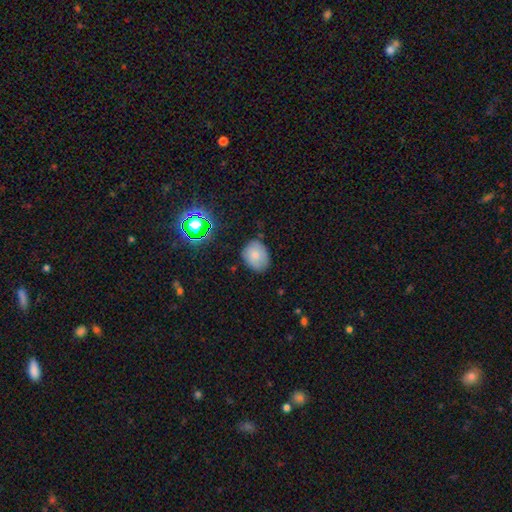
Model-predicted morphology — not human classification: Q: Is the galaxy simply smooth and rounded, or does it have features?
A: smooth — 76%.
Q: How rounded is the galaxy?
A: in between — 54%.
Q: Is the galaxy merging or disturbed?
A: none — 68%.